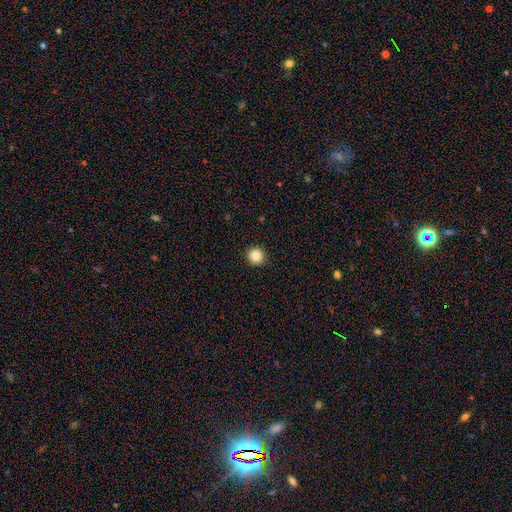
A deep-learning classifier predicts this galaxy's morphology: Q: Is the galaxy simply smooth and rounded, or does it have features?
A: smooth — 87%.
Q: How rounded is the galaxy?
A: round — 94%.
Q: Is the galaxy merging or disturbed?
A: none — 92%.